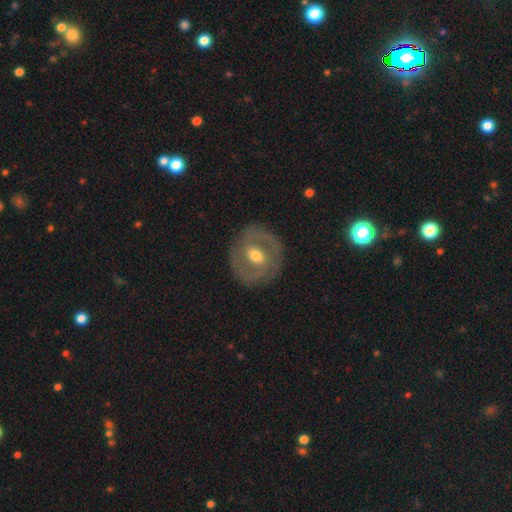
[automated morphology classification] Smooth or featured?
  - featured or disk: 69% *
  - smooth: 25%
  - star or artifact: 6%
Edge-on disk?
  - no: 95% *
  - yes: 5%
Bar?
  - weak: 46% *
  - no: 27%
  - strong: 26%
Spiral arms?
  - yes: 57% *
  - no: 43%
Bulge size?
  - moderate: 76% *
  - small: 16%
  - large: 6%
  - none: 1%
  - dominant: 1%
Merging?
  - none: 83% *
  - minor disturbance: 12%
  - major disturbance: 4%
  - merger: 1%